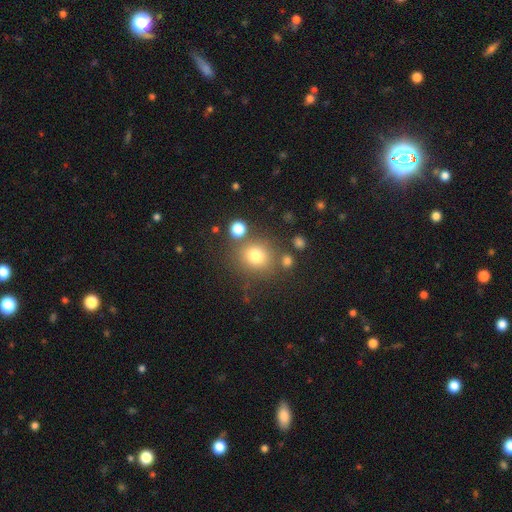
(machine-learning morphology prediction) This appears to be a smooth galaxy with no disk features (76%) that is round (85%). Merging: none (75%).